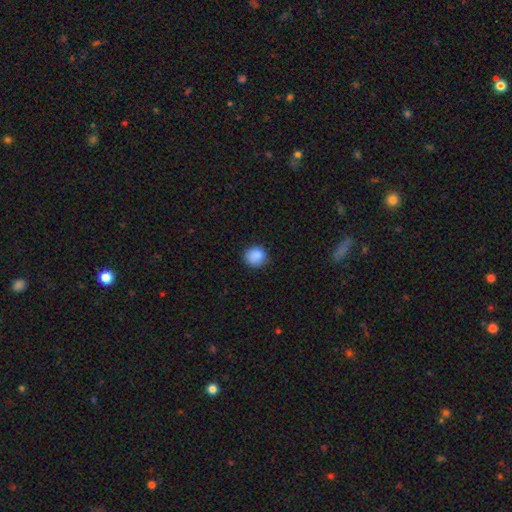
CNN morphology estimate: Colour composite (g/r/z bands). It shows a smooth galaxy with no disk features (88%) that is round (89%). Merging: none (87%).